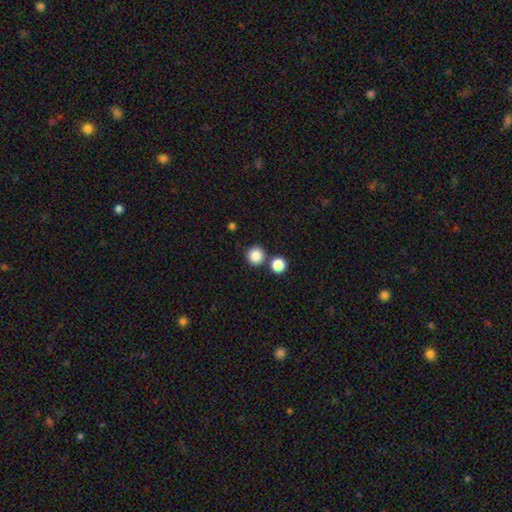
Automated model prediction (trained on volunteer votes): smooth 86%, star or artifact 10%, featured or disk 4%. Down the decision tree: how rounded — round (94%); merging — none (79%).